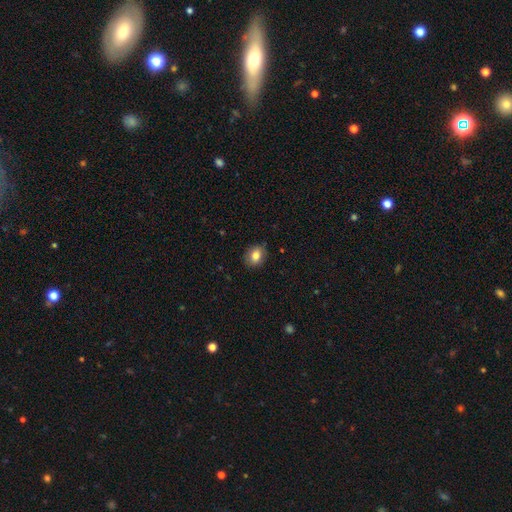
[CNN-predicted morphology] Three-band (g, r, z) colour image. It shows a smooth galaxy with no disk features (82%) that is round (52%). Merging: none (85%).